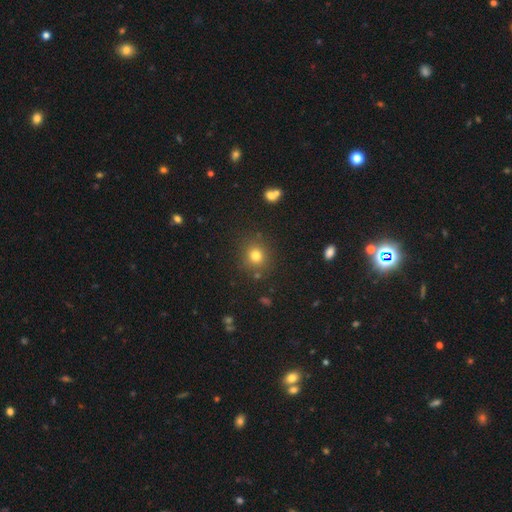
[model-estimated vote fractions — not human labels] The model was most divided on "smooth or featured": smooth: 78%, star or artifact: 15%, featured or disk: 7%. More confident: how rounded — round (87%); merging — none (84%).